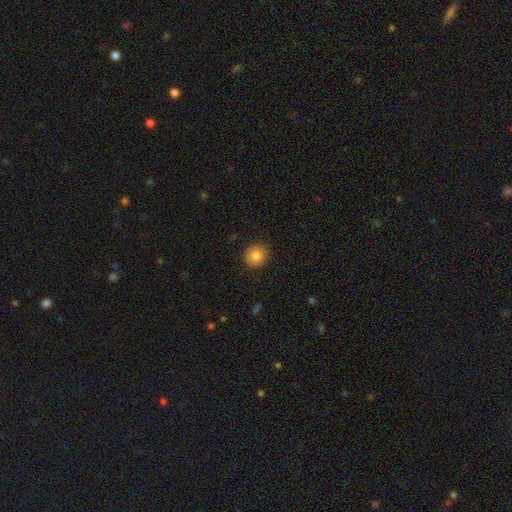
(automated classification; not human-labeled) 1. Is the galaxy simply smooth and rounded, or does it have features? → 83% smooth, 9% star or artifact, 8% featured or disk.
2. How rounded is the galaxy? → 90% round, 9% in between, 1% cigar-shaped.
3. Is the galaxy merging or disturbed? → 89% none, 8% minor disturbance, 2% major disturbance, 1% merger.